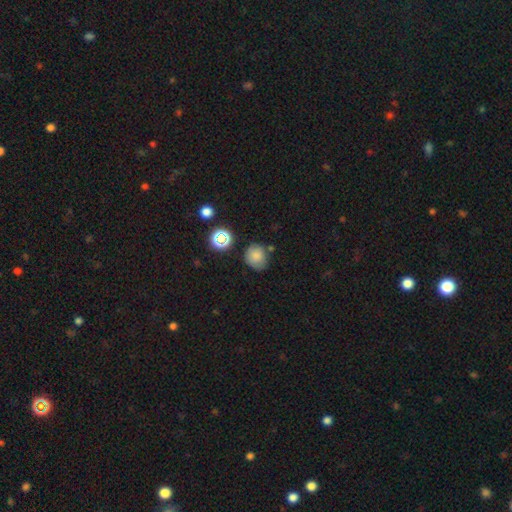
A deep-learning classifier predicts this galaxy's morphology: This appears to be a smooth galaxy with no disk features (78%) that is round (74%). Merging: none (68%).